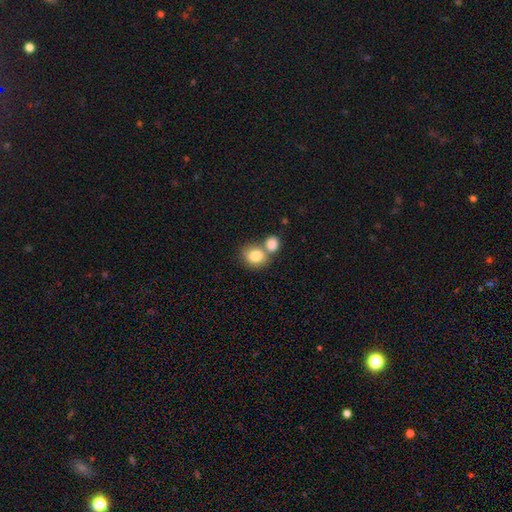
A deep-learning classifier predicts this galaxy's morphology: type=smooth (82%); roundness=round (67%); merging=merger (47%).